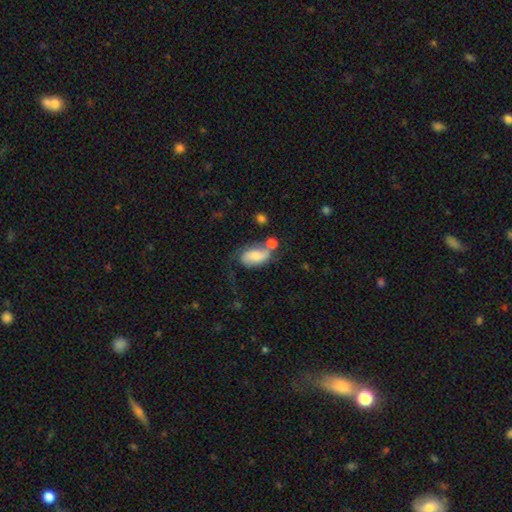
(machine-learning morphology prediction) This is possibly a smooth galaxy (52%). How rounded: clearly in between (90%). Merging: marginally none (37%).